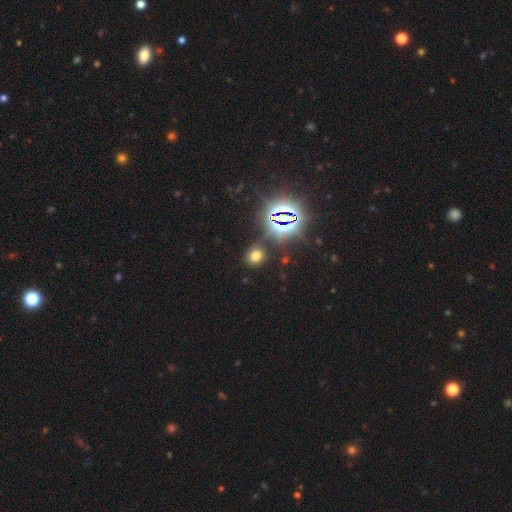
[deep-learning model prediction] smooth-or-featured: smooth: 59% | star or artifact: 33% | featured or disk: 8%
  how-rounded: round: 73% | in between: 25% | cigar-shaped: 2%
  merging: none: 80% | minor disturbance: 11% | merger: 5% | major disturbance: 4%